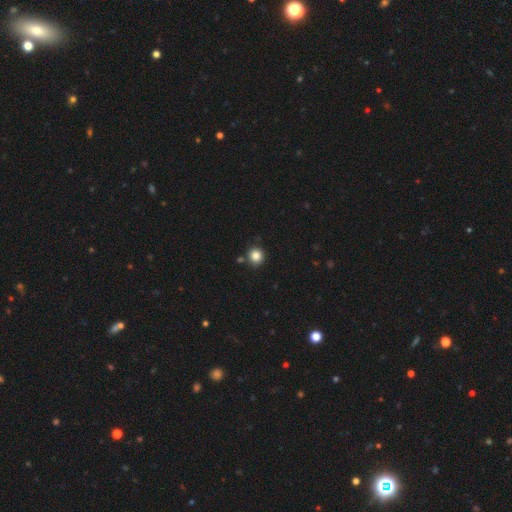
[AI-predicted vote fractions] Smooth or featured? Predicted: smooth (p=0.85). How rounded? Predicted: round (p=0.91). Merging? Predicted: none (p=0.85).